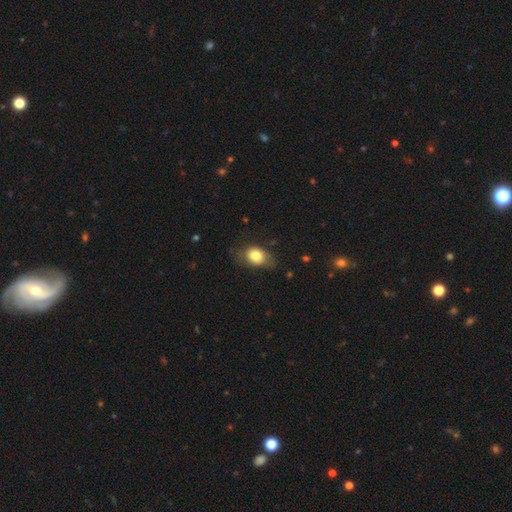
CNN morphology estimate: smooth-or-featured: smooth: 76% | featured or disk: 16% | star or artifact: 8%
  how-rounded: in between: 70% | round: 29% | cigar-shaped: 2%
  merging: none: 56% | minor disturbance: 31% | major disturbance: 11% | merger: 2%